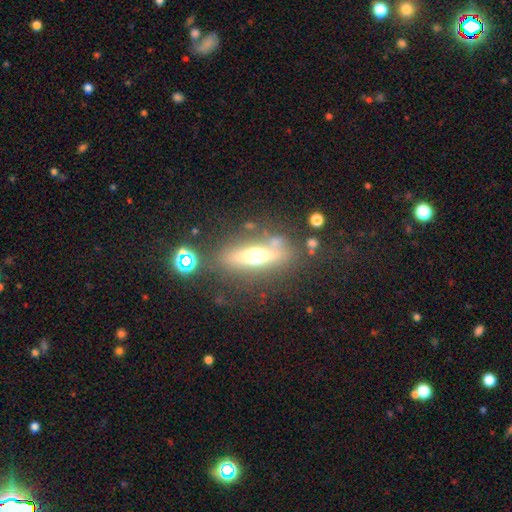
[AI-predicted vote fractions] A featured or disk galaxy (53%) viewed edge-on (81%).

Vote fractions:
- Smooth or featured? featured or disk: 53% / smooth: 36% / star or artifact: 11%
- Edge-on disk? yes: 81% / no: 19%
- Merging? none: 74% / minor disturbance: 13% / major disturbance: 7% / merger: 6%